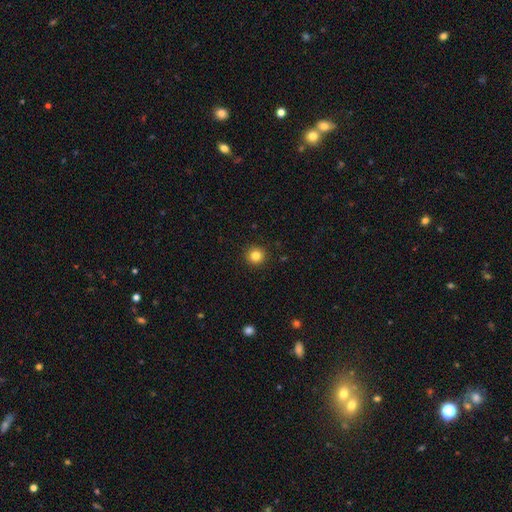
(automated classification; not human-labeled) Q: Smooth or featured?
A: smooth (83%); runner-up: star or artifact (12%)
Q: How rounded?
A: round (95%); runner-up: in between (4%)
Q: Merging?
A: none (93%); runner-up: minor disturbance (5%)